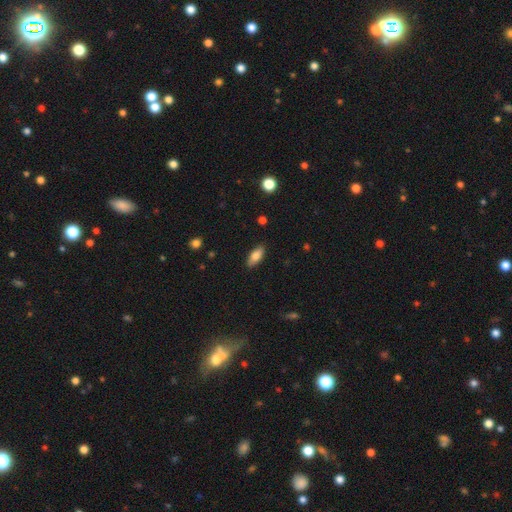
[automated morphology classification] A smooth galaxy with no disk features (82%) that is in between round and cigar-shaped (85%). Merging: none (88%).